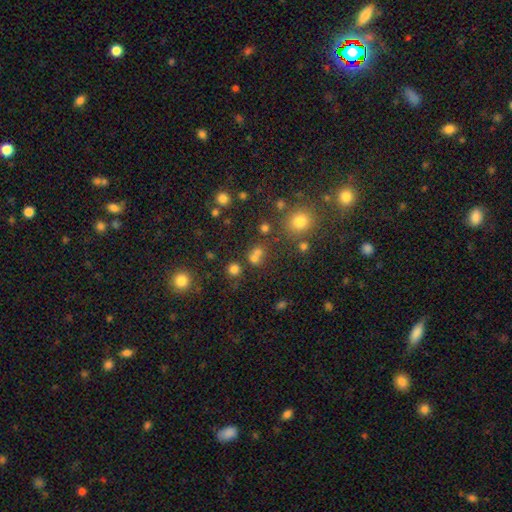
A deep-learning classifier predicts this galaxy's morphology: Smooth or featured?
  - smooth: 67% *
  - star or artifact: 23%
  - featured or disk: 10%
How rounded?
  - round: 82% *
  - in between: 17%
  - cigar-shaped: 1%
Merging?
  - none: 54% *
  - merger: 32%
  - minor disturbance: 8%
  - major disturbance: 5%